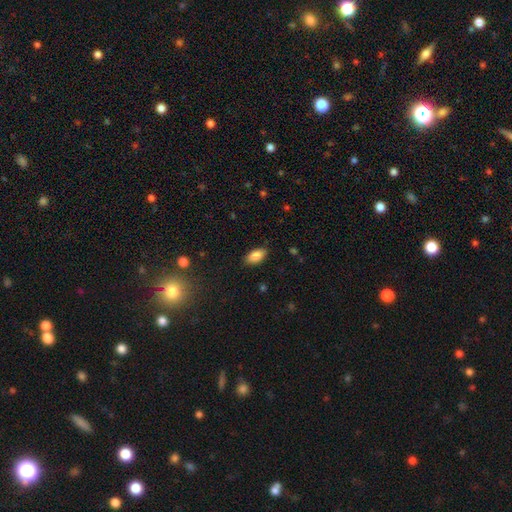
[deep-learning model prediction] Q: Smooth or featured?
A: smooth (87%); runner-up: star or artifact (8%)
Q: How rounded?
A: in between (93%); runner-up: cigar-shaped (4%)
Q: Merging?
A: none (86%); runner-up: minor disturbance (11%)